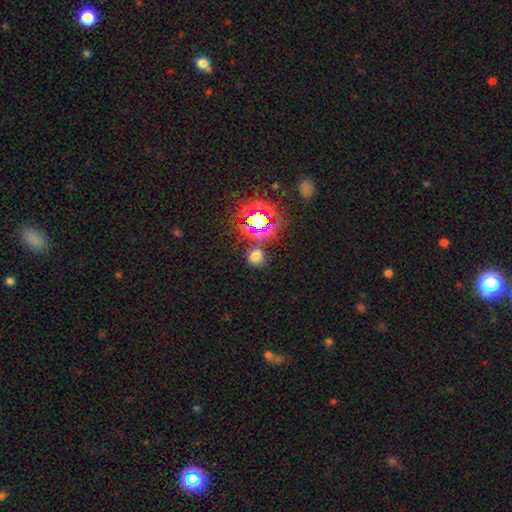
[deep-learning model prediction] Q: Smooth or featured?
A: smooth (60%); runner-up: star or artifact (34%)
Q: How rounded?
A: round (80%); runner-up: in between (18%)
Q: Merging?
A: none (78%); runner-up: minor disturbance (11%)